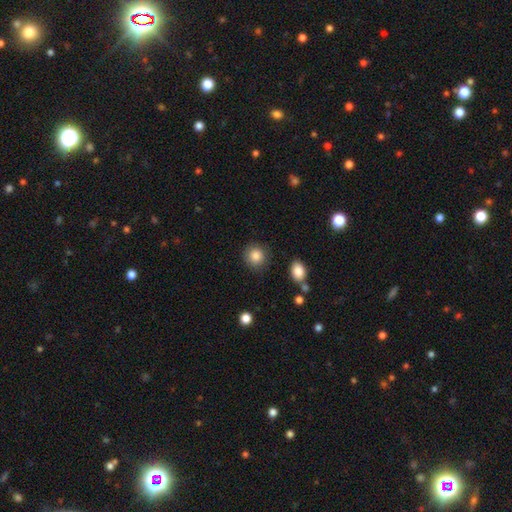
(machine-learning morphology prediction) Smooth or featured? smooth (86%)
How rounded? round (89%)
Merging? none (86%)